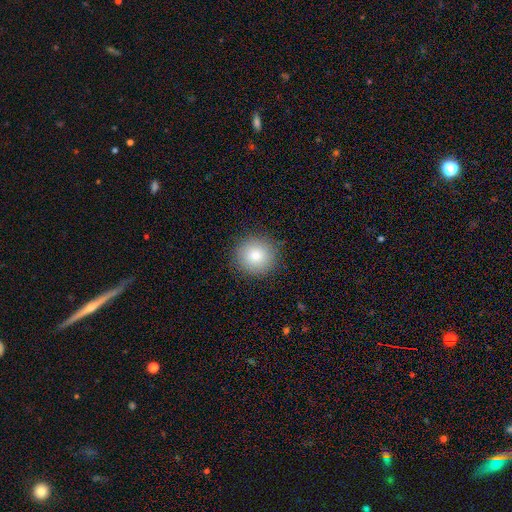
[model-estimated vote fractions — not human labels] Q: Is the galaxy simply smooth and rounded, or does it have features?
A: smooth — 82%.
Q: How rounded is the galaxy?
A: round — 93%.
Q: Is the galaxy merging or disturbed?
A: none — 89%.